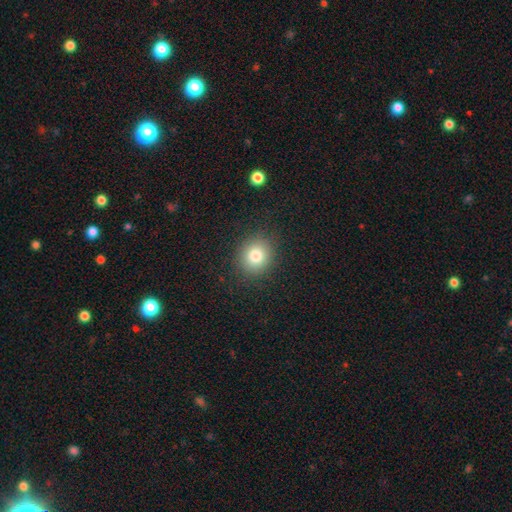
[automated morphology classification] smooth_or_featured: smooth (p=0.80) [alt: star or artifact p=0.12]
how_rounded: round (p=0.74) [alt: in between p=0.25]
merging: none (p=0.88) [alt: minor disturbance p=0.08]